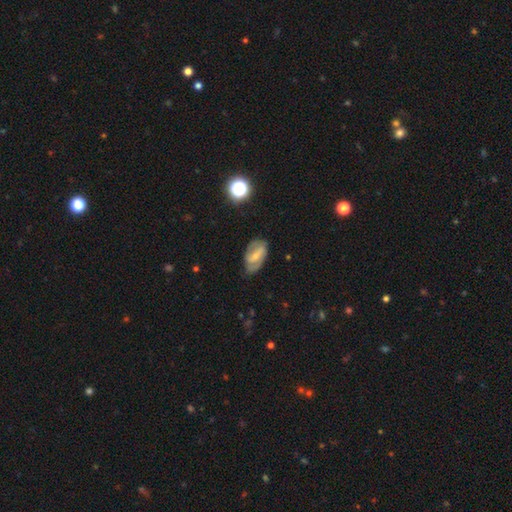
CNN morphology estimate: Smooth or featured? featured or disk (61%)
Edge-on disk? no (94%)
Bar? weak (44%)
Spiral arms? yes (80%)
Bulge size? small (50%)
Merging? none (65%)